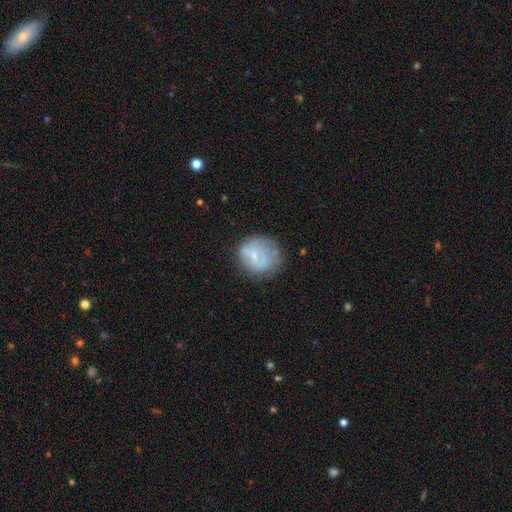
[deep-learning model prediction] smooth-or-featured: smooth: 49% | featured or disk: 41% | star or artifact: 9%
  merging: none: 56% | minor disturbance: 25% | major disturbance: 15% | merger: 3%